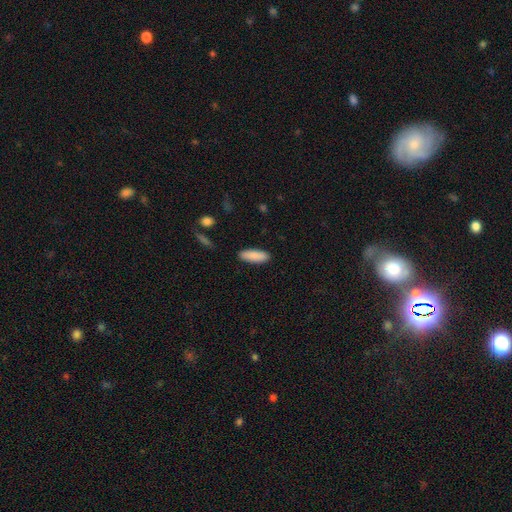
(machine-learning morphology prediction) Q: Smooth or featured?
A: smooth (89%); runner-up: star or artifact (6%)
Q: How rounded?
A: in between (62%); runner-up: cigar-shaped (37%)
Q: Merging?
A: none (89%); runner-up: minor disturbance (8%)